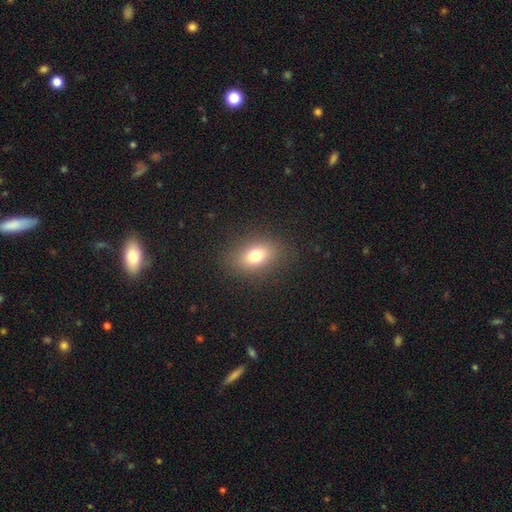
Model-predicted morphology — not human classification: Q: Smooth or featured?
A: smooth (76%); runner-up: star or artifact (12%)
Q: How rounded?
A: in between (76%); runner-up: round (22%)
Q: Merging?
A: none (85%); runner-up: minor disturbance (10%)